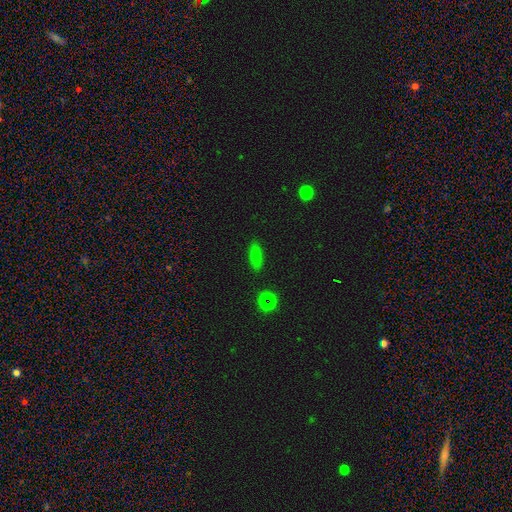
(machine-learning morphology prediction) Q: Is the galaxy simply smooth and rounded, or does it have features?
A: smooth — 68%.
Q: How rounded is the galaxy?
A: in between — 68%.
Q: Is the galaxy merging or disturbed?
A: none — 86%.